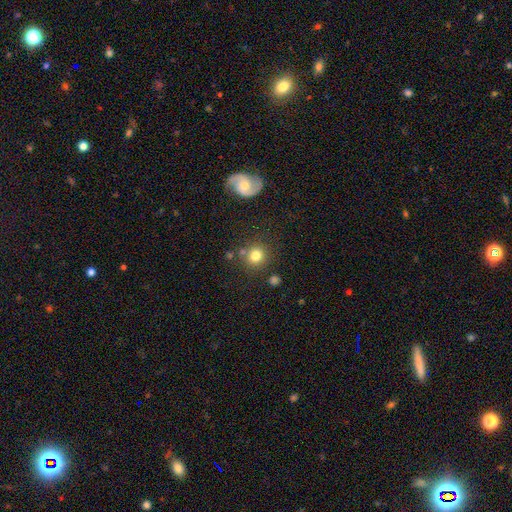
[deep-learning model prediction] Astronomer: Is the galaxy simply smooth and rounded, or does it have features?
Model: smooth — 80%.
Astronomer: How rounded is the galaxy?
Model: round — 89%.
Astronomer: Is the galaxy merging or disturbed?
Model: none — 78%.